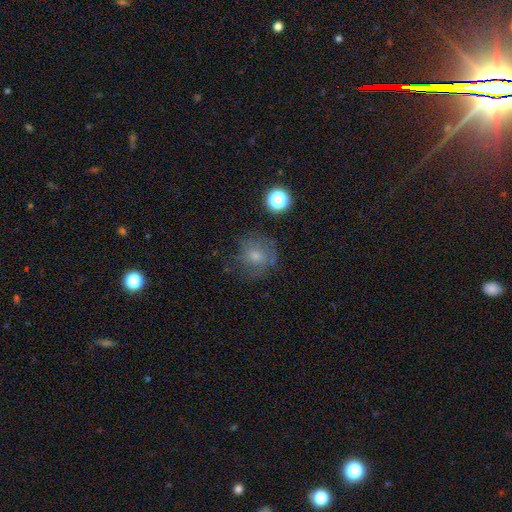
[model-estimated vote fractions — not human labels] Overall: smooth (52%; featured or disk 29%). How rounded: round (85%). Merging: none (66%).